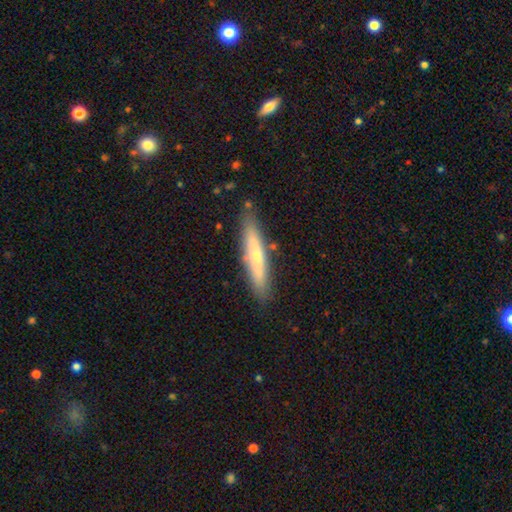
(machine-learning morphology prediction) Smooth or featured? Predicted: smooth (p=0.53). How rounded? Predicted: cigar-shaped (p=0.88). Merging? Predicted: none (p=0.84).